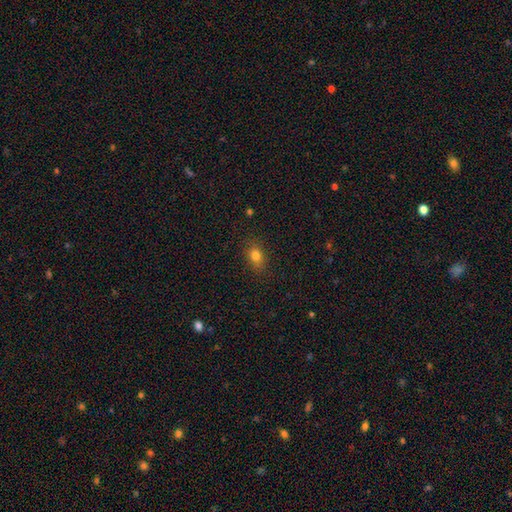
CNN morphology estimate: smooth 81%, star or artifact 12%, featured or disk 7%. Down the decision tree: how rounded — in between (70%); merging — none (84%).